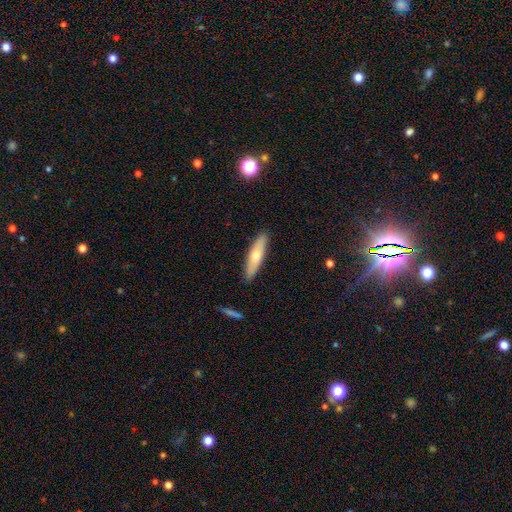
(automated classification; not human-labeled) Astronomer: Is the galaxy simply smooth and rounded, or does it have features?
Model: smooth — 57% (runner-up: featured or disk, 36%).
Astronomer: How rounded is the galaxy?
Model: cigar-shaped — 77%.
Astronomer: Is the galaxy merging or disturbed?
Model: none — 90%.